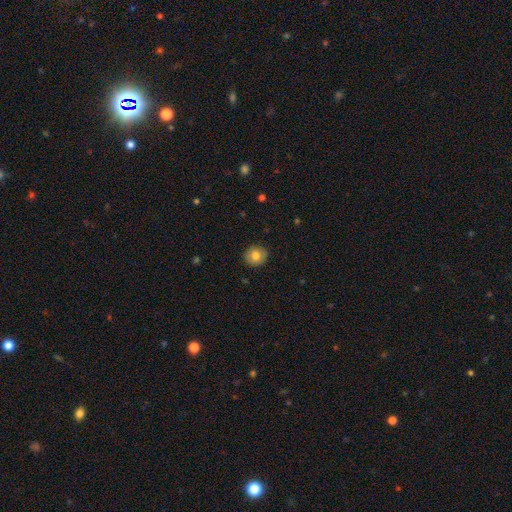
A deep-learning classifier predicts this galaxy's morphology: Overall: smooth (79%). How rounded: round (81%). Merging: none (89%).